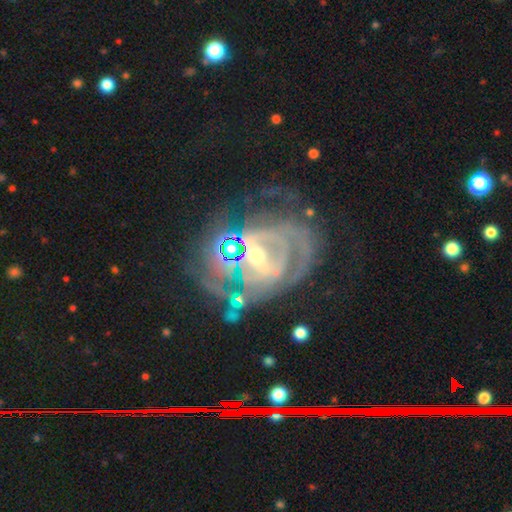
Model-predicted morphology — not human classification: Smooth or featured? featured or disk (82%)
Edge-on disk? no (96%)
Bar? weak (38%)
Spiral arms? yes (84%)
Spiral winding? tight (60%)
Spiral arm count? can't tell (40%)
Bulge size? small (59%)
Merging? none (49%)